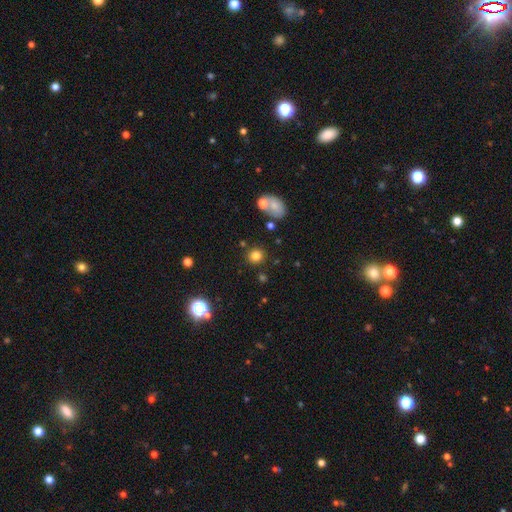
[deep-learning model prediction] smooth-or-featured: smooth: 80% | star or artifact: 14% | featured or disk: 6%
  how-rounded: round: 88% | in between: 11% | cigar-shaped: 1%
  merging: none: 85% | minor disturbance: 7% | merger: 5% | major disturbance: 3%